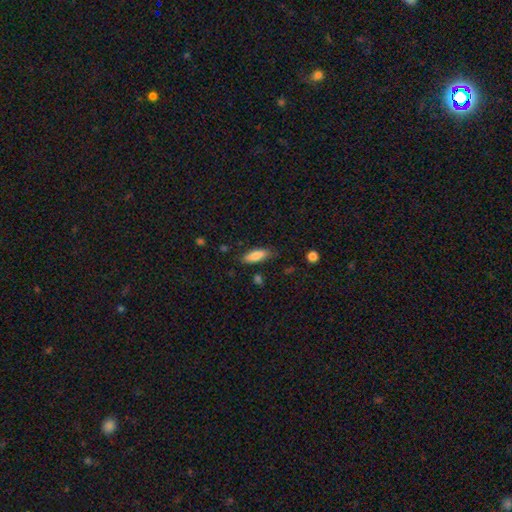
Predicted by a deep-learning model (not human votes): smooth-or-featured: smooth: 83% | featured or disk: 11% | star or artifact: 6%
  how-rounded: in between: 63% | cigar-shaped: 35% | round: 2%
  merging: none: 80% | minor disturbance: 15% | major disturbance: 3% | merger: 2%